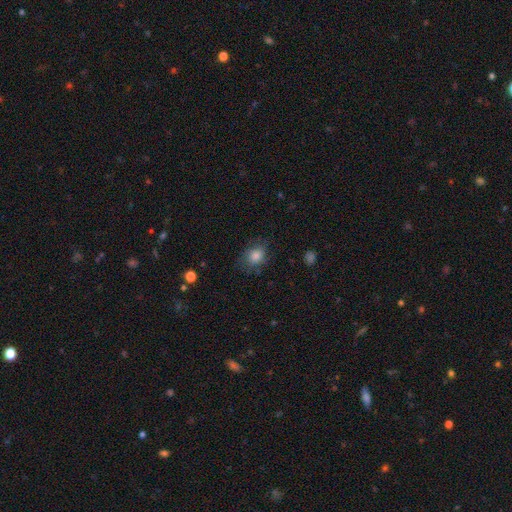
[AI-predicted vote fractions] This appears to be a smooth galaxy with no disk features (81%) that is in between round and cigar-shaped (59%). Merging: none (69%).